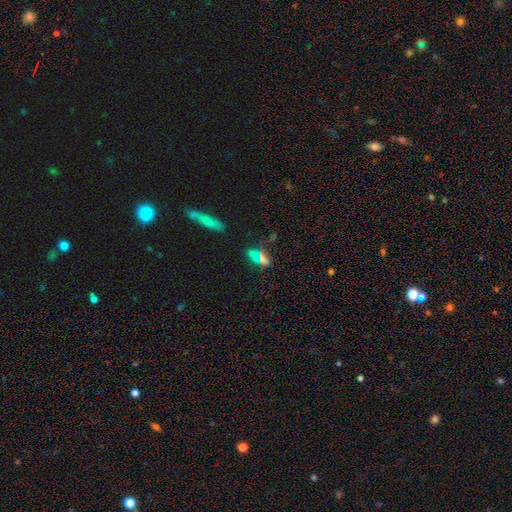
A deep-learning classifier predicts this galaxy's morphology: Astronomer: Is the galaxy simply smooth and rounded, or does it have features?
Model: smooth — 58%.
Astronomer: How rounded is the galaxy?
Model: in between — 61%.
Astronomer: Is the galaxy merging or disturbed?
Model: none — 73%.